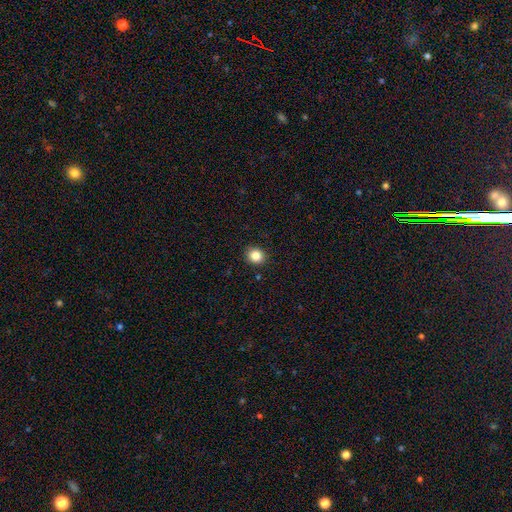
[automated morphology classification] A smooth galaxy with no disk features (84%) that is round (79%).

Vote fractions:
- Smooth or featured? smooth: 84% / star or artifact: 11% / featured or disk: 5%
- How rounded? round: 79% / in between: 20% / cigar-shaped: 1%
- Merging? none: 92% / minor disturbance: 6% / major disturbance: 2% / merger: 1%